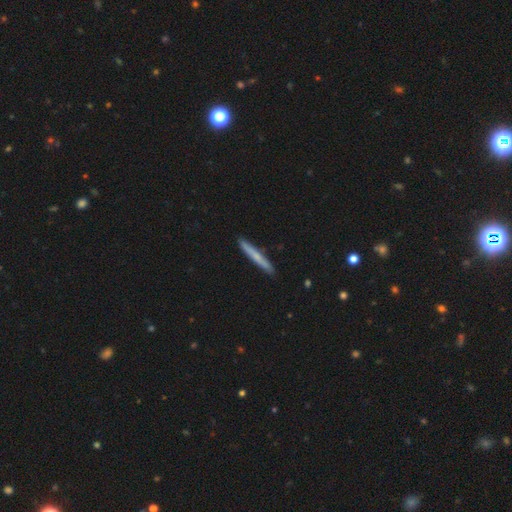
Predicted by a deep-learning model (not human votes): A smooth galaxy with no disk features (61%) that is cigar-shaped (96%). Merging: none (91%).